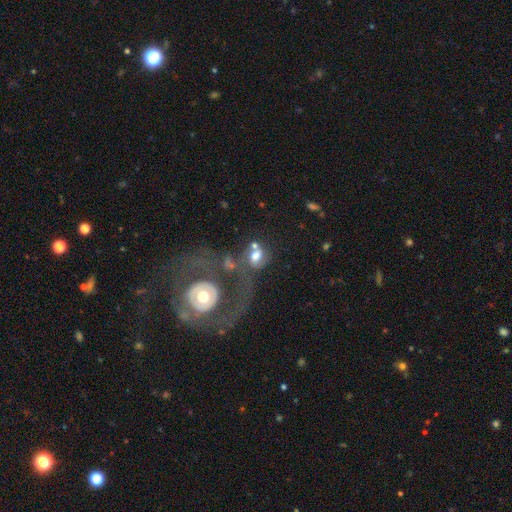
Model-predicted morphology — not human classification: A smooth galaxy with no disk features (51%) that is in between round and cigar-shaped (51%). Merging: merger (43%).